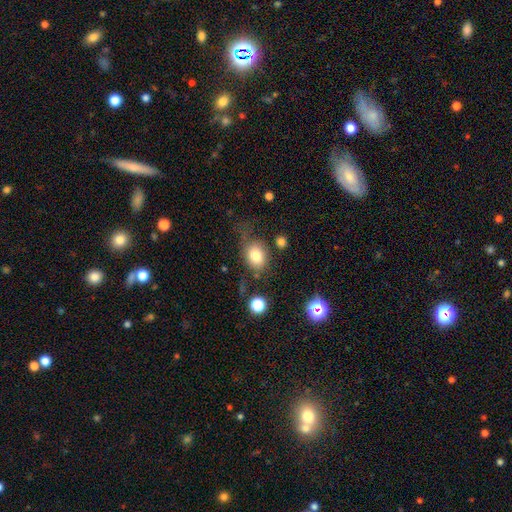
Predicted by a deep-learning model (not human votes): Smooth or featured? Predicted: smooth (p=0.78). How rounded? Predicted: in between (p=0.58). Merging? Predicted: none (p=0.55).